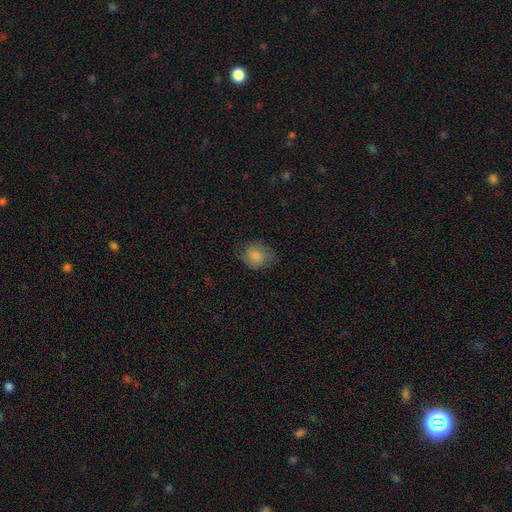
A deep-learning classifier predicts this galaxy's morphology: Q: Smooth or featured?
A: smooth (77%); runner-up: featured or disk (14%)
Q: How rounded?
A: round (63%); runner-up: in between (36%)
Q: Merging?
A: none (65%); runner-up: minor disturbance (24%)